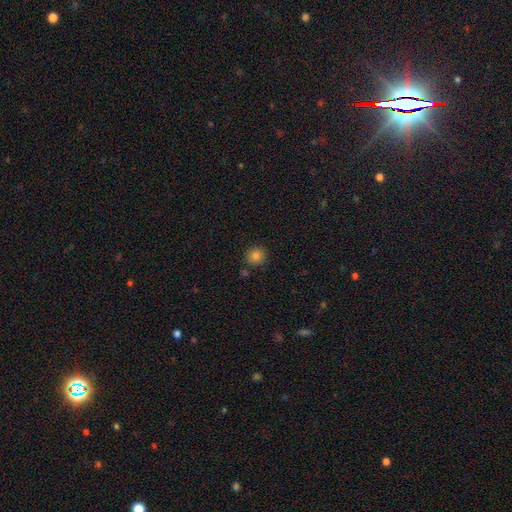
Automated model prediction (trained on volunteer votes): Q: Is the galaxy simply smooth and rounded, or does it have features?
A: smooth — 83%.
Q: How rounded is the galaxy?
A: round — 92%.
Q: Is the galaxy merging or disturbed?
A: none — 86%.